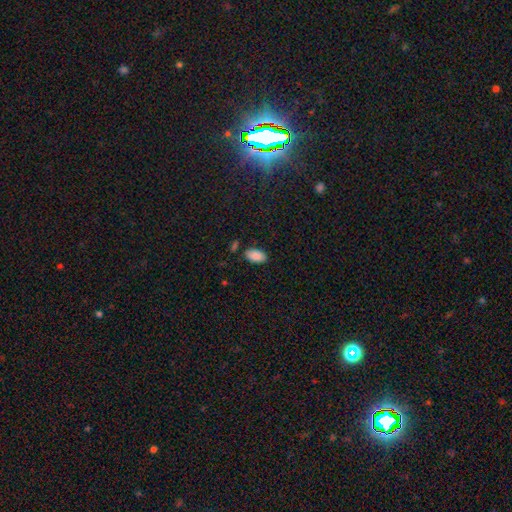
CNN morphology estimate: This appears to be a smooth galaxy with no disk features (88%) that is in between round and cigar-shaped (95%). Merging: none (81%).